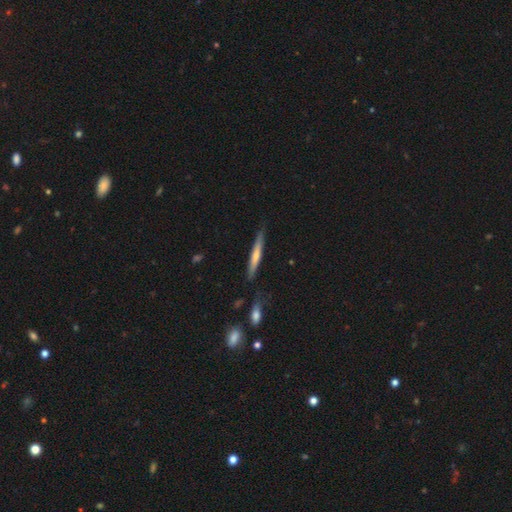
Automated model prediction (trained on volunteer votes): Smooth or featured? Predicted: featured or disk (p=0.56). Edge-on disk? Predicted: yes (p=0.95). Edge-on bulge? Predicted: rounded (p=0.61). Merging? Predicted: none (p=0.84).